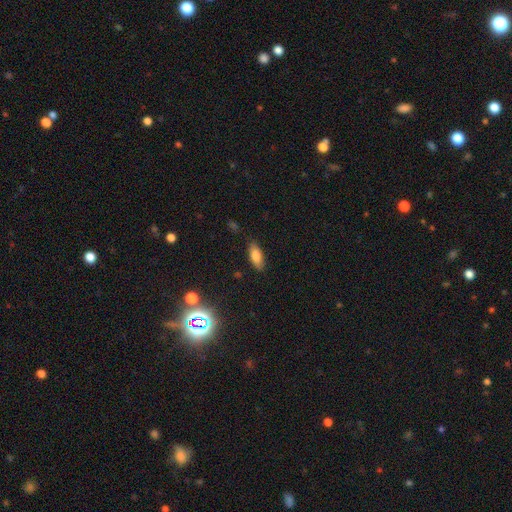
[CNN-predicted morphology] The model was most divided on "how rounded": in between: 77%, cigar-shaped: 20%, round: 3%. More confident: merging — none (82%); smooth or featured — smooth (80%).